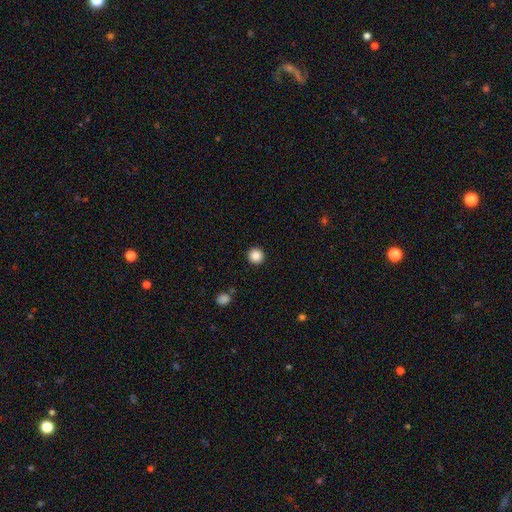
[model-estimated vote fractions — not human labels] Smooth or featured? Predicted: smooth (p=0.87). How rounded? Predicted: round (p=0.96). Merging? Predicted: none (p=0.93).